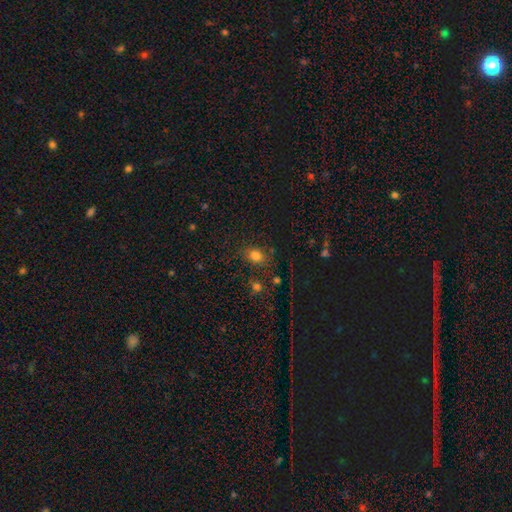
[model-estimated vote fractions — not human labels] The model was most divided on "how rounded": in between: 59%, round: 39%, cigar-shaped: 1%. More confident: merging — none (78%); smooth or featured — smooth (77%).